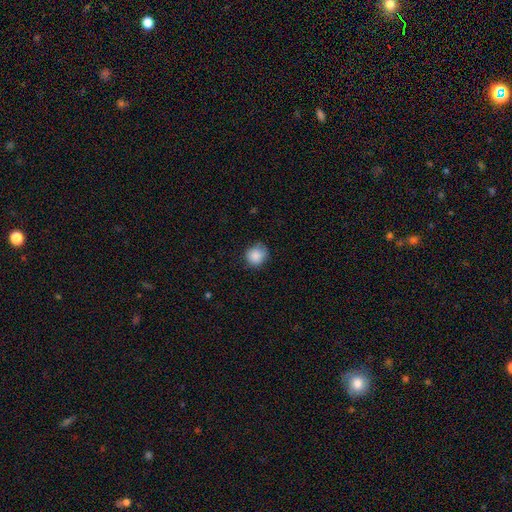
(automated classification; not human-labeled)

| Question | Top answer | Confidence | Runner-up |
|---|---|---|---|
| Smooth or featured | smooth | 87% | star or artifact (9%) |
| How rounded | round | 88% | in between (12%) |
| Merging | none | 79% | minor disturbance (17%) |